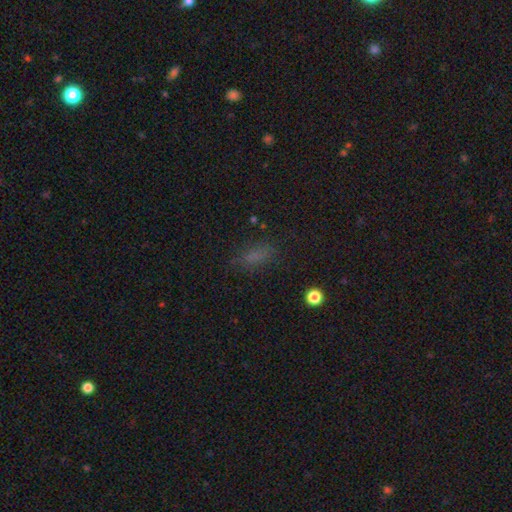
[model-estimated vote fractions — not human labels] Smooth or featured?
  - smooth: 69% *
  - star or artifact: 21%
  - featured or disk: 10%
How rounded?
  - in between: 69% *
  - cigar-shaped: 24%
  - round: 7%
Merging?
  - none: 73% *
  - minor disturbance: 17%
  - major disturbance: 7%
  - merger: 2%